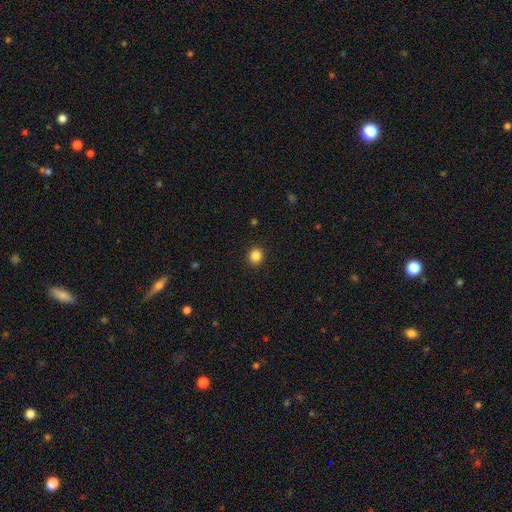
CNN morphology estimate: Smooth or featured?
  - smooth: 86% *
  - star or artifact: 11%
  - featured or disk: 4%
How rounded?
  - round: 84% *
  - in between: 15%
  - cigar-shaped: 1%
Merging?
  - none: 92% *
  - minor disturbance: 5%
  - major disturbance: 2%
  - merger: 1%